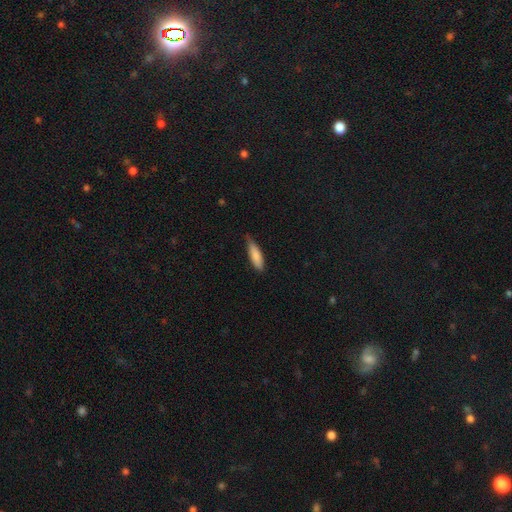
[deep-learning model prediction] Smooth or featured? Predicted: smooth (p=0.84). How rounded? Predicted: cigar-shaped (p=0.61). Merging? Predicted: none (p=0.67).